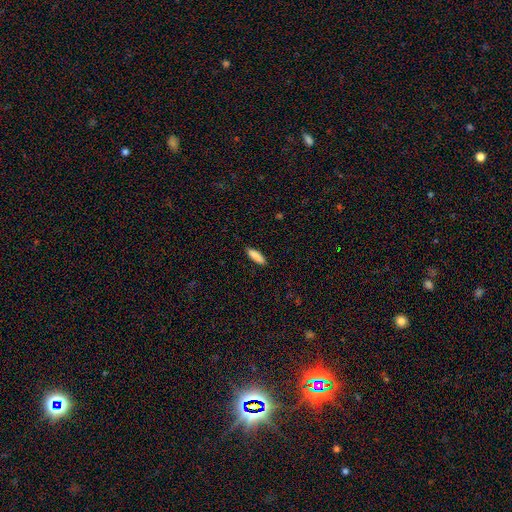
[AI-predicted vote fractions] A smooth galaxy with no disk features (88%) that is cigar-shaped (51%).

Vote fractions:
- Smooth or featured? smooth: 88% / featured or disk: 6% / star or artifact: 6%
- How rounded? cigar-shaped: 51% / in between: 47% / round: 2%
- Merging? none: 88% / minor disturbance: 9% / major disturbance: 2% / merger: 1%